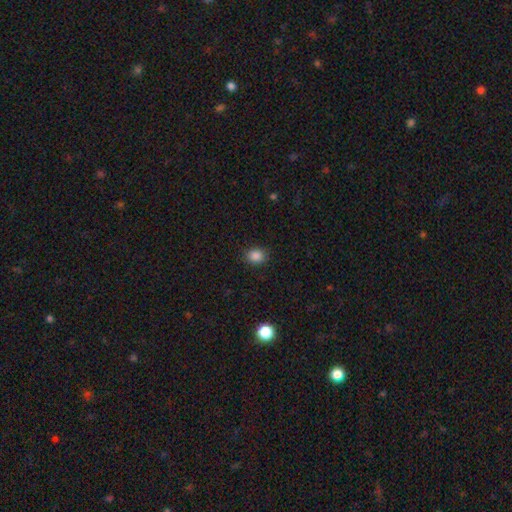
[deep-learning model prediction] Smooth or featured? Predicted: smooth (p=0.86). How rounded? Predicted: round (p=0.55). Merging? Predicted: none (p=0.88).